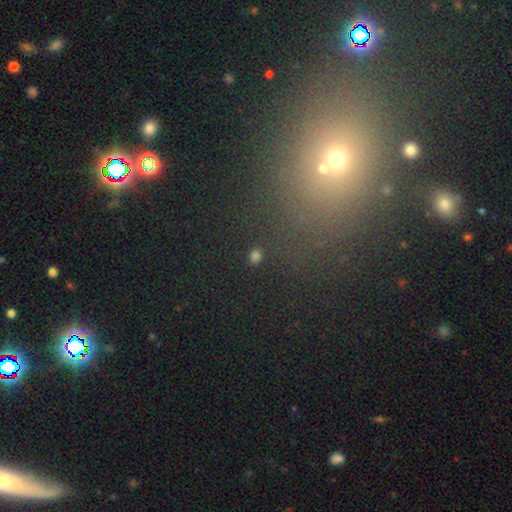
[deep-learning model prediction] smooth_or_featured: smooth (p=0.64) [alt: star or artifact p=0.29]
how_rounded: round (p=0.52) [alt: in between p=0.45]
merging: none (p=0.84) [alt: minor disturbance p=0.08]